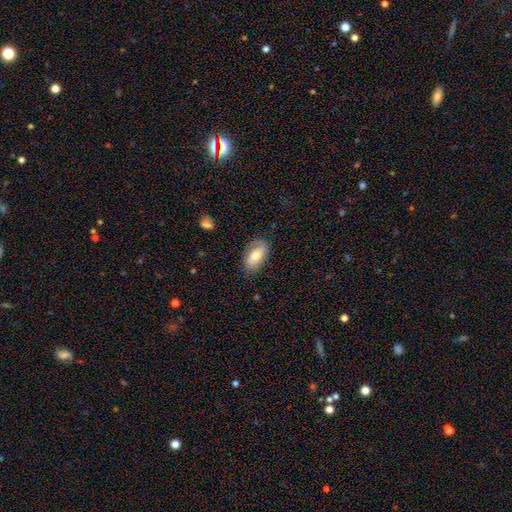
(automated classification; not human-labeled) A smooth galaxy with no disk features (58%) that is in between round and cigar-shaped (92%).

Vote fractions:
- Smooth or featured? smooth: 58% / featured or disk: 35% / star or artifact: 7%
- How rounded? in between: 92% / round: 5% / cigar-shaped: 3%
- Merging? none: 75% / minor disturbance: 18% / major disturbance: 6% / merger: 1%